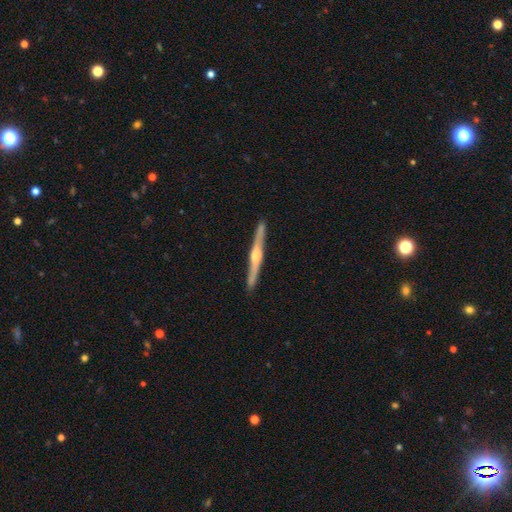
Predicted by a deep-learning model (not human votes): Overall: featured or disk (78%). Edge-on disk: yes (98%). Edge-on bulge: rounded (86%). Merging: none (91%).